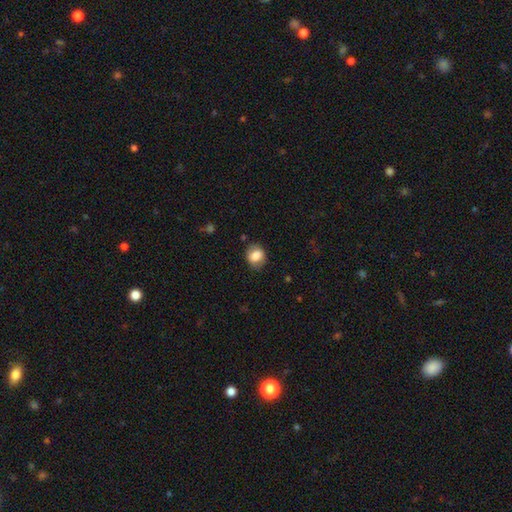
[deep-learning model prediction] A smooth galaxy with no disk features (78%) that is round (58%). Merging: none (80%).